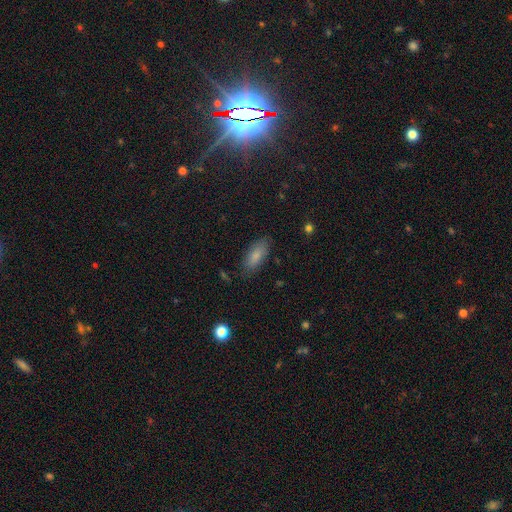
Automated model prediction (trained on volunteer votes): Overall: smooth (83%). How rounded: in between (79%). Merging: none (82%).